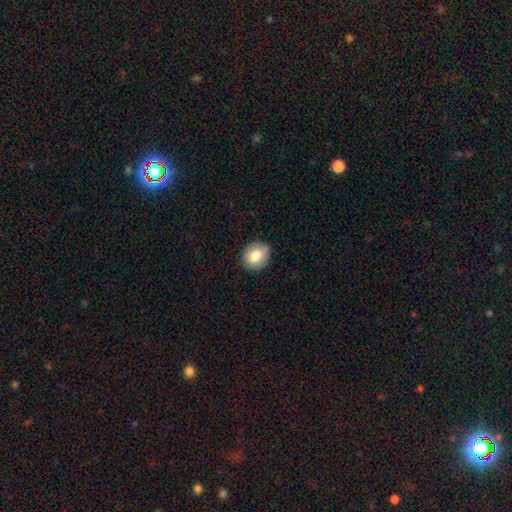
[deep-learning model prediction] This is clearly a smooth galaxy (80%). How rounded: likely round (64%). Merging: clearly none (84%).